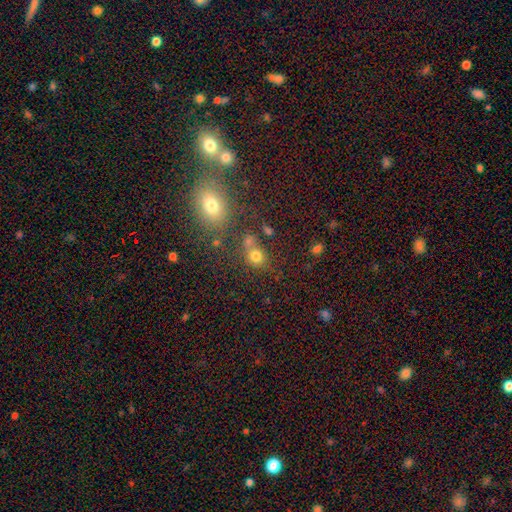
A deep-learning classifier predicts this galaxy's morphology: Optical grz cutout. It shows a smooth galaxy with no disk features (73%) that is round (70%). Merging: none (55%).